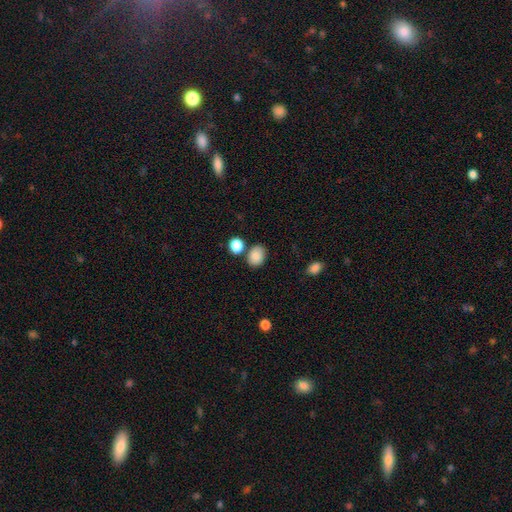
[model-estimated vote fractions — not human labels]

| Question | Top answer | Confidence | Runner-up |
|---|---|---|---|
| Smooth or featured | smooth | 86% | star or artifact (9%) |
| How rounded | in between | 60% | round (39%) |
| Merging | none | 72% | minor disturbance (14%) |